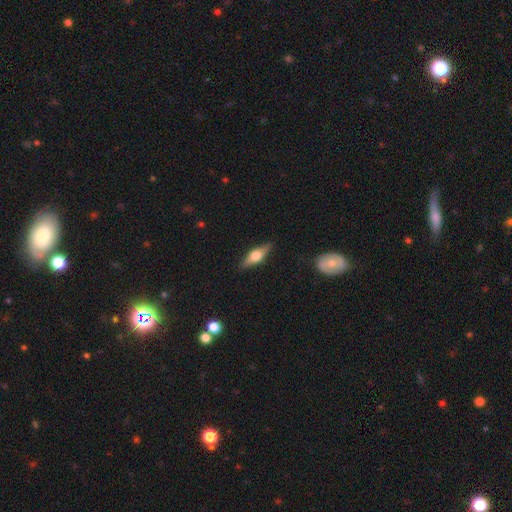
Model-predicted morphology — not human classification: Smooth or featured: featured or disk — 56% (smooth — 38%)
Edge-on disk: yes — 92% (no — 8%)
Edge-on bulge: rounded — 93% (boxy — 5%)
Merging: none — 86% (minor disturbance — 10%)